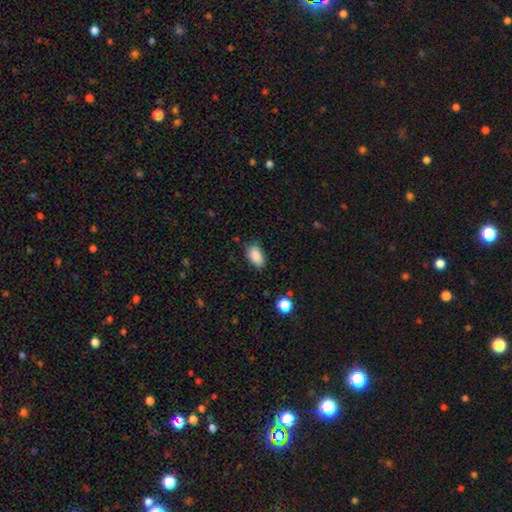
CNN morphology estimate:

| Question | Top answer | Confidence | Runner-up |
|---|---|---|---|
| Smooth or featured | smooth | 88% | star or artifact (8%) |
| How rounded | in between | 92% | round (6%) |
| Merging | none | 79% | minor disturbance (16%) |